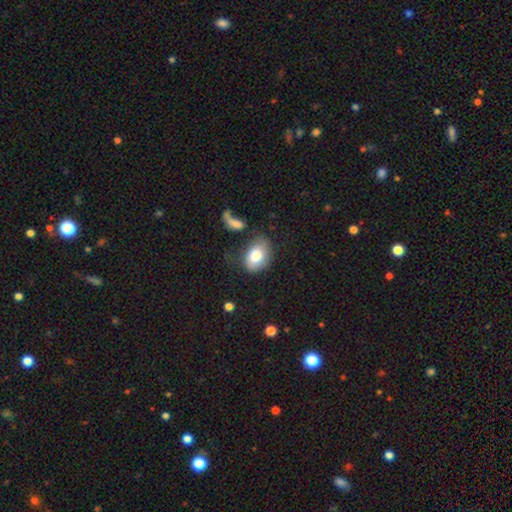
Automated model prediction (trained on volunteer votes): This appears to be a smooth galaxy with no disk features (80%) that is in between round and cigar-shaped (82%). Merging: none (52%).